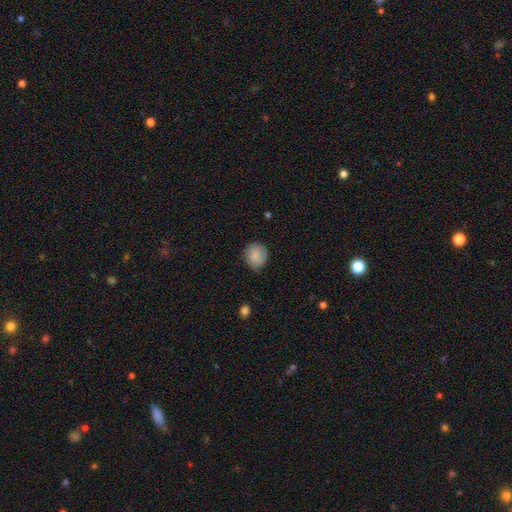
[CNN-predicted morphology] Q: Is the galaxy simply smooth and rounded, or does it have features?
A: smooth — 84%.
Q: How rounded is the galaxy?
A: round — 80%.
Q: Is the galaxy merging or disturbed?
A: none — 78%.